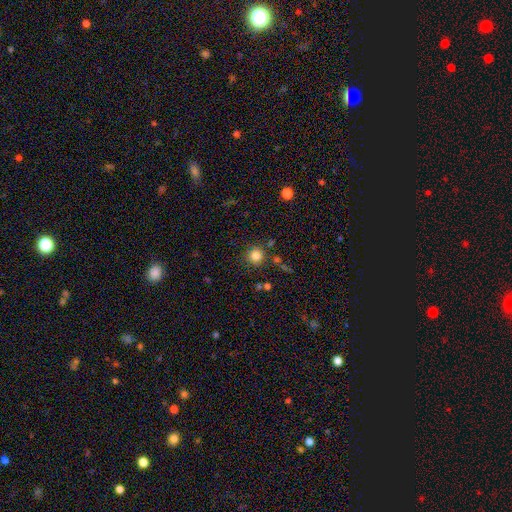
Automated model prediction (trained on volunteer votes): smooth-or-featured: smooth: 82% | star or artifact: 12% | featured or disk: 5%
  how-rounded: round: 94% | in between: 5% | cigar-shaped: 1%
  merging: none: 84% | minor disturbance: 8% | merger: 5% | major disturbance: 3%